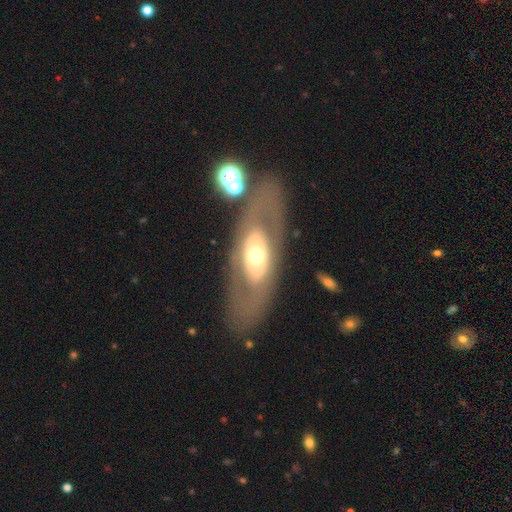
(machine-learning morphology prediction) A featured or disk galaxy (64%) with no bar (84%), no spiral arms (84%) and a moderate central bulge (64%).

Vote fractions:
- Smooth or featured? featured or disk: 64% / smooth: 30% / star or artifact: 6%
- Edge-on disk? no: 84% / yes: 16%
- Bar? no: 84% / weak: 10% / strong: 6%
- Spiral arms? no: 84% / yes: 16%
- Bulge size? moderate: 64% / large: 22% / small: 10% / dominant: 2% / none: 1%
- Merging? none: 80% / minor disturbance: 10% / major disturbance: 7% / merger: 3%